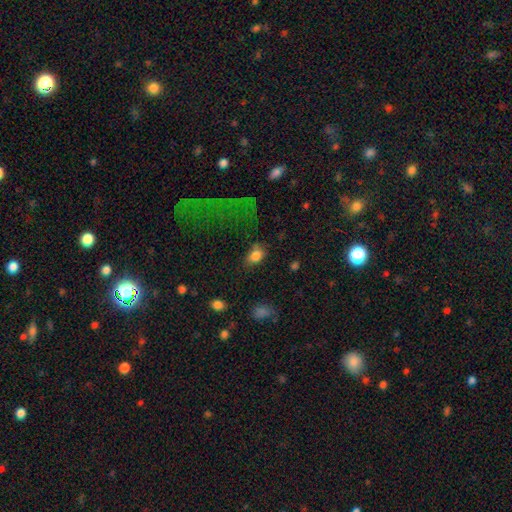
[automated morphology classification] This is clearly a smooth galaxy (83%). How rounded: clearly in between (82%). Merging: likely none (65%).